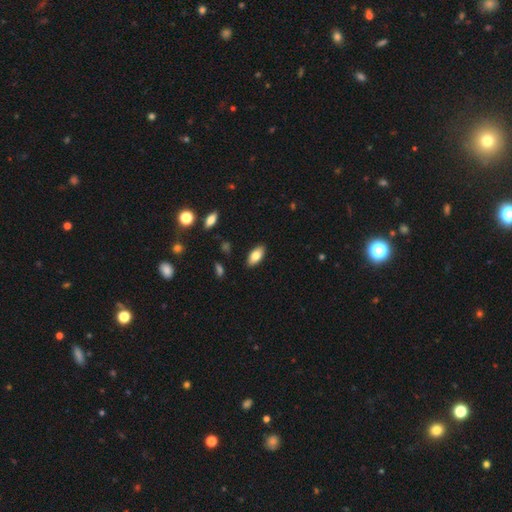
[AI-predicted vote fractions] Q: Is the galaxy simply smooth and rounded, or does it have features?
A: smooth — 80%.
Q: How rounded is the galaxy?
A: in between — 91%.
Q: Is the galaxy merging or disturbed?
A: none — 89%.